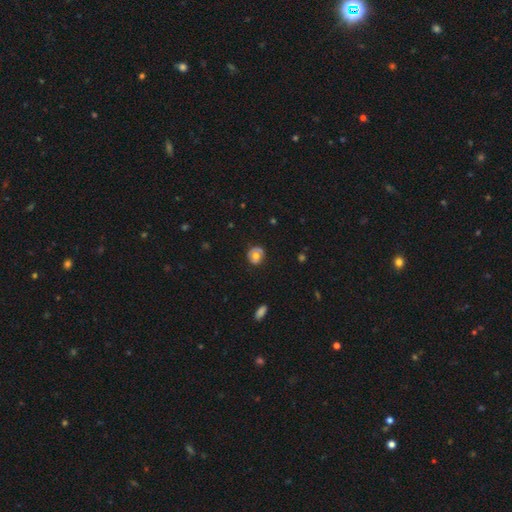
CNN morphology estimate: Smooth or featured: smooth — 57% (featured or disk — 35%)
How rounded: round — 81% (in between — 18%)
Merging: none — 73% (minor disturbance — 20%)